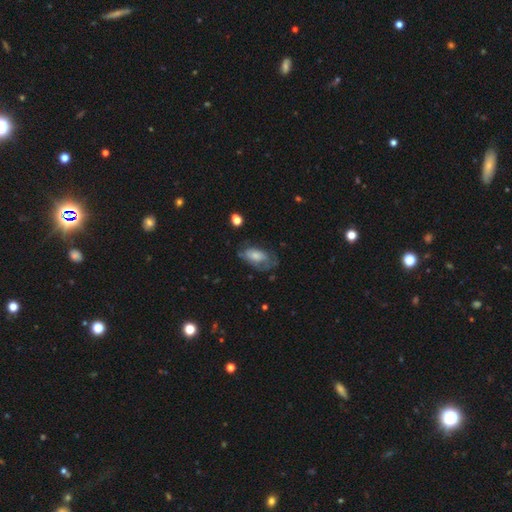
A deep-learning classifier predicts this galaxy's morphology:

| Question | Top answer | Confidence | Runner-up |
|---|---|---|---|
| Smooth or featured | smooth | 54% | featured or disk (38%) |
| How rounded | in between | 89% | round (6%) |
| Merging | none | 44% | minor disturbance (29%) |